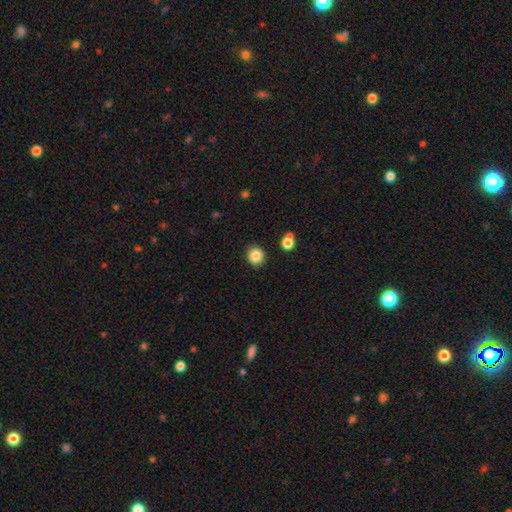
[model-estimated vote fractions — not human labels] The model was most divided on "how rounded": round: 82%, in between: 17%, cigar-shaped: 1%. More confident: merging — none (87%); smooth or featured — smooth (85%).